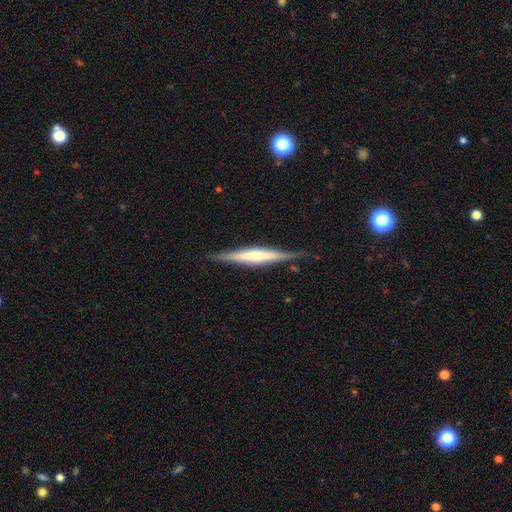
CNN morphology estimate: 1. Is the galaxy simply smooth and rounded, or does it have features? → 68% featured or disk, 27% smooth, 5% star or artifact.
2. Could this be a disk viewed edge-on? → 97% yes, 3% no.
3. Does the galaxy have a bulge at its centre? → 65% rounded, 20% none, 15% boxy.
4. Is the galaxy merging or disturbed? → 85% none, 12% minor disturbance, 2% major disturbance, 1% merger.